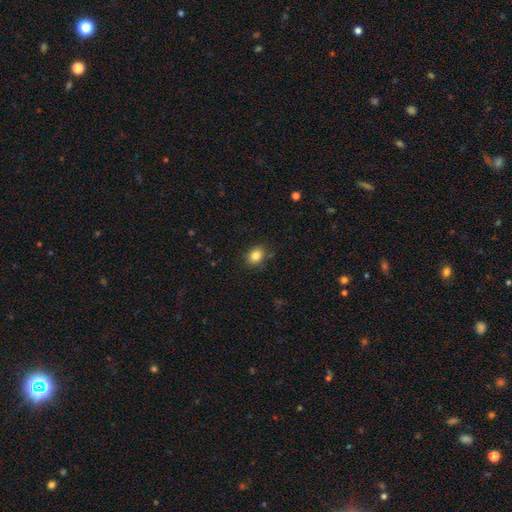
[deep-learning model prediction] A smooth galaxy with no disk features (84%) that is in between round and cigar-shaped (53%).

Vote fractions:
- Smooth or featured? smooth: 84% / star or artifact: 10% / featured or disk: 6%
- How rounded? in between: 53% / round: 46% / cigar-shaped: 1%
- Merging? none: 82% / minor disturbance: 13% / major disturbance: 3% / merger: 2%